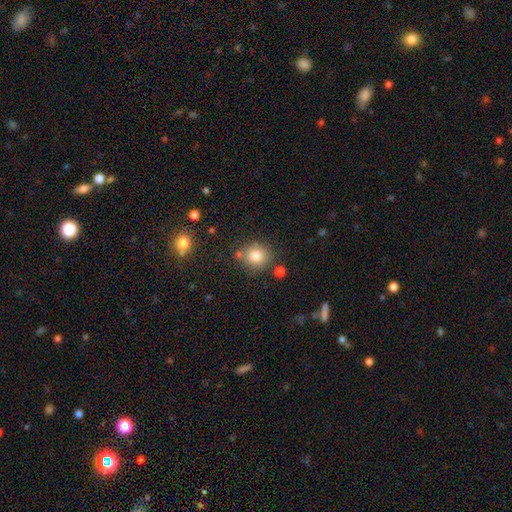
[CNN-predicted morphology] A smooth galaxy with no disk features (82%) that is round (81%).

Vote fractions:
- Smooth or featured? smooth: 82% / star or artifact: 11% / featured or disk: 8%
- How rounded? round: 81% / in between: 18% / cigar-shaped: 1%
- Merging? none: 76% / minor disturbance: 12% / merger: 9% / major disturbance: 3%